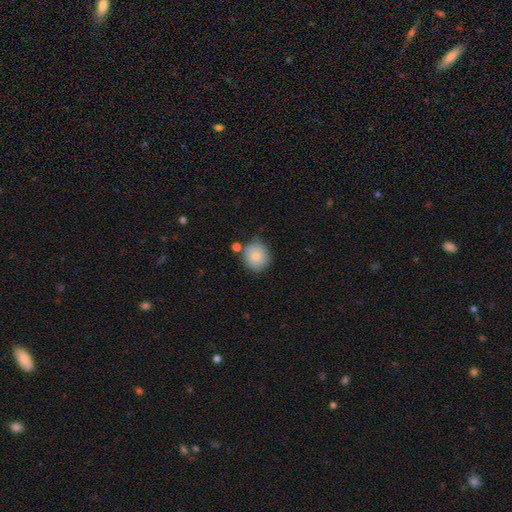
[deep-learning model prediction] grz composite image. It shows a smooth galaxy with no disk features (82%) that is round (86%). Merging: none (68%).